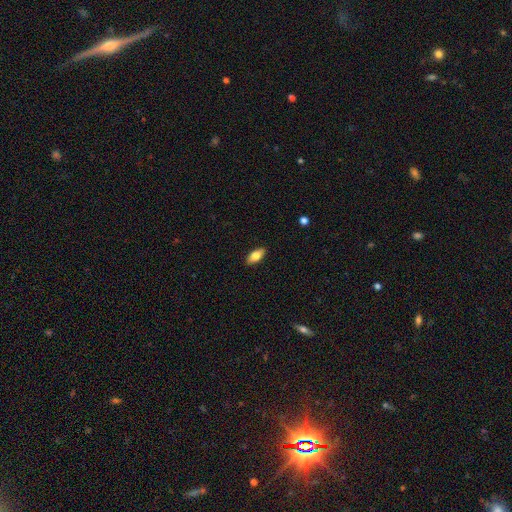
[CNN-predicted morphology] Smooth or featured?
  - smooth: 70% *
  - featured or disk: 23%
  - star or artifact: 6%
How rounded?
  - in between: 83% *
  - cigar-shaped: 14%
  - round: 3%
Merging?
  - none: 89% *
  - minor disturbance: 8%
  - major disturbance: 2%
  - merger: 1%